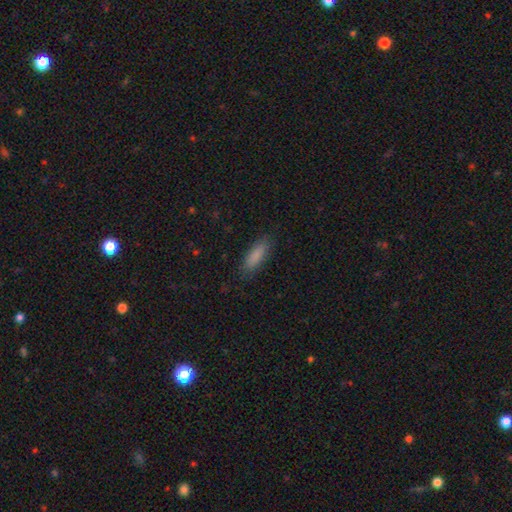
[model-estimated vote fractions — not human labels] Q: Smooth or featured?
A: smooth (86%); runner-up: star or artifact (7%)
Q: How rounded?
A: in between (55%); runner-up: cigar-shaped (44%)
Q: Merging?
A: none (84%); runner-up: minor disturbance (12%)